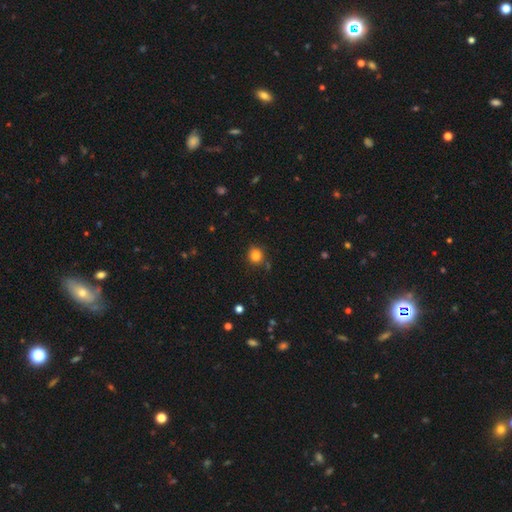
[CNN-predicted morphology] This is clearly a smooth galaxy (83%). How rounded: clearly round (84%). Merging: clearly none (82%).